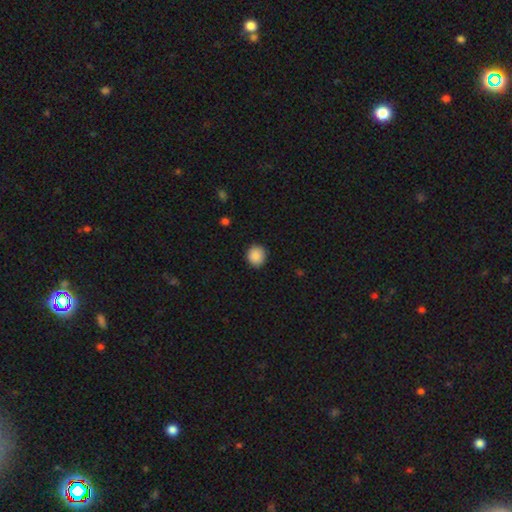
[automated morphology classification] Q: Smooth or featured?
A: smooth (89%); runner-up: star or artifact (8%)
Q: How rounded?
A: round (92%); runner-up: in between (7%)
Q: Merging?
A: none (90%); runner-up: minor disturbance (7%)